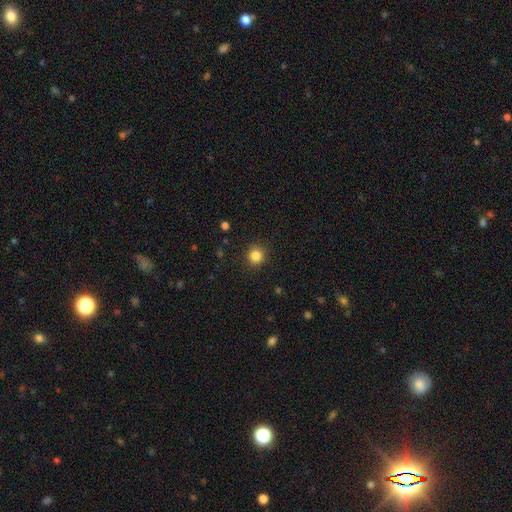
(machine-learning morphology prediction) Overall: smooth (84%). How rounded: round (90%). Merging: none (90%).